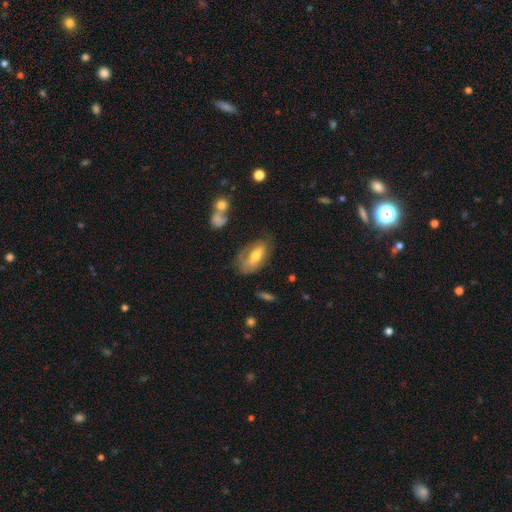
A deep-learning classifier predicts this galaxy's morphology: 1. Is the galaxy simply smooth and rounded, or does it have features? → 57% smooth, 36% featured or disk, 7% star or artifact.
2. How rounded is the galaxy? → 84% in between, 12% cigar-shaped, 4% round.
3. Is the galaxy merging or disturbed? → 53% none, 29% minor disturbance, 14% major disturbance, 4% merger.